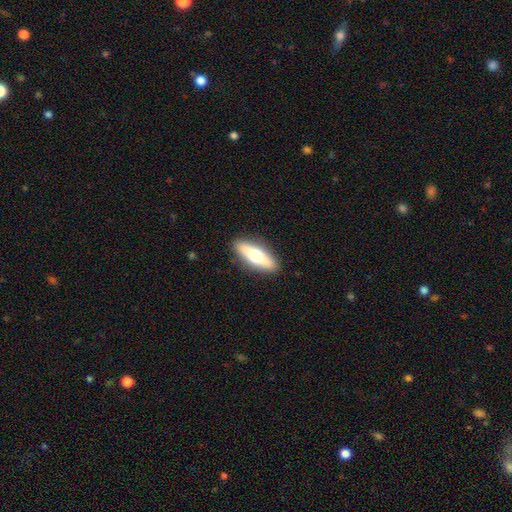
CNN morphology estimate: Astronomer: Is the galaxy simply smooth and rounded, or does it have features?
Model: smooth — 50% (runner-up: featured or disk, 44%).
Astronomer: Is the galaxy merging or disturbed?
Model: none — 90%.